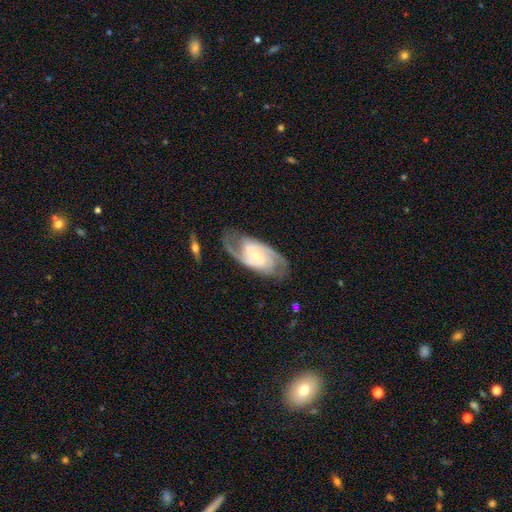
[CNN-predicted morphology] This appears to be a featured or disk galaxy (90%) with a weak bar (46%), 2 (69%) medium (48%) spiral arms (98%) and a small central bulge (71%). Merging: none (76%).